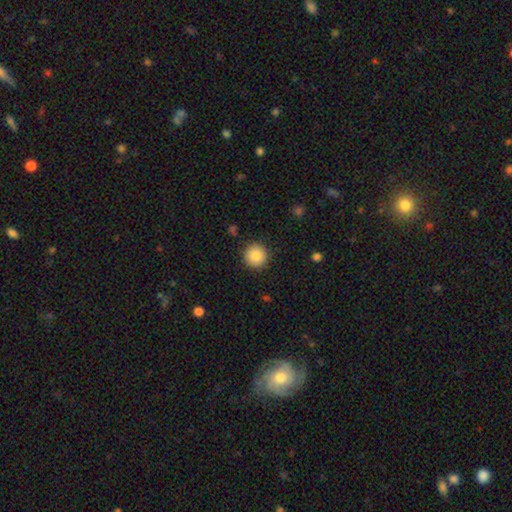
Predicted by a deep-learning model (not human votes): A smooth galaxy with no disk features (87%) that is round (95%).

Vote fractions:
- Smooth or featured? smooth: 87% / star or artifact: 8% / featured or disk: 5%
- How rounded? round: 95% / in between: 4% / cigar-shaped: 1%
- Merging? none: 90% / minor disturbance: 6% / major disturbance: 2% / merger: 1%